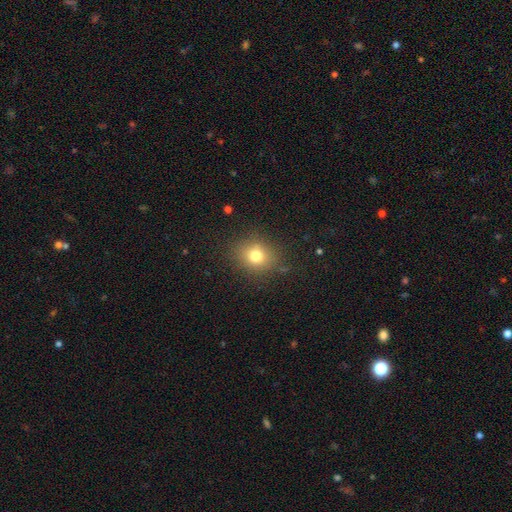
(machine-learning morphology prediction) This appears to be a smooth galaxy with no disk features (76%) that is round (64%). Merging: none (83%).